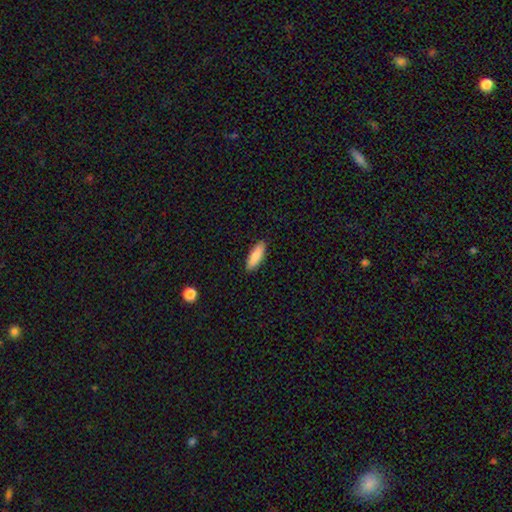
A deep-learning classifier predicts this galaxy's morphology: The model was most divided on "how rounded": in between: 54%, cigar-shaped: 44%, round: 2%. More confident: merging — none (89%); smooth or featured — smooth (86%).